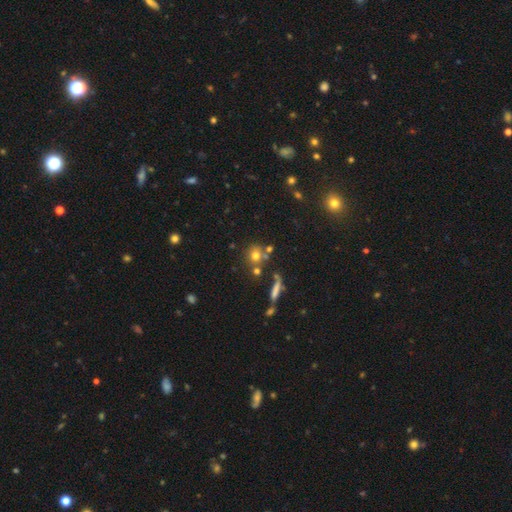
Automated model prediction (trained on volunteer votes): Smooth or featured? Predicted: smooth (p=0.67). How rounded? Predicted: round (p=0.82). Merging? Predicted: none (p=0.63).